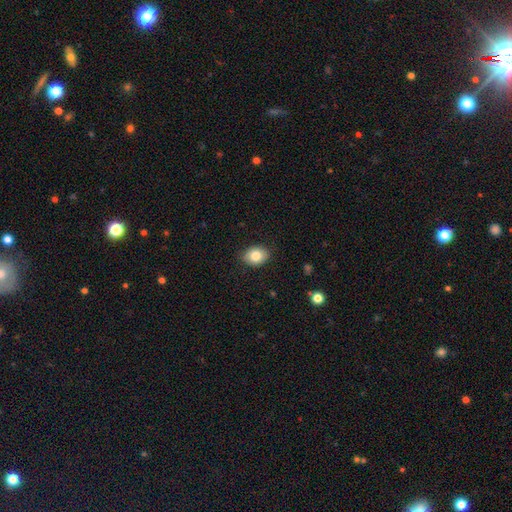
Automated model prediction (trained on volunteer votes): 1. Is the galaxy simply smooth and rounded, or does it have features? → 83% smooth, 9% featured or disk, 8% star or artifact.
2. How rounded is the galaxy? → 68% in between, 31% round, 1% cigar-shaped.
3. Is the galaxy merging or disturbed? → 86% none, 10% minor disturbance, 2% major disturbance, 1% merger.